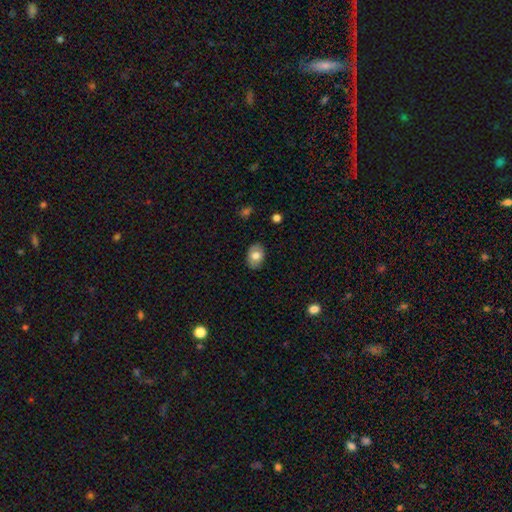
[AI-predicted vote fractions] A smooth galaxy with no disk features (73%) that is in between round and cigar-shaped (80%).

Vote fractions:
- Smooth or featured? smooth: 73% / featured or disk: 20% / star or artifact: 7%
- How rounded? in between: 80% / round: 19% / cigar-shaped: 1%
- Merging? none: 85% / minor disturbance: 12% / major disturbance: 2% / merger: 1%